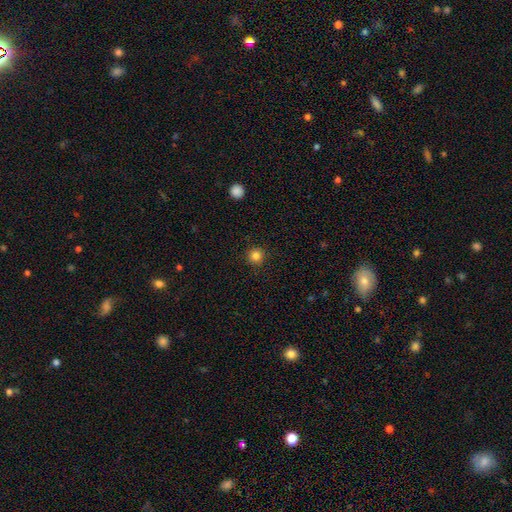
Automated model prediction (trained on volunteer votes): Morphology: type=smooth (84%); roundness=round (95%); merging=none (92%).